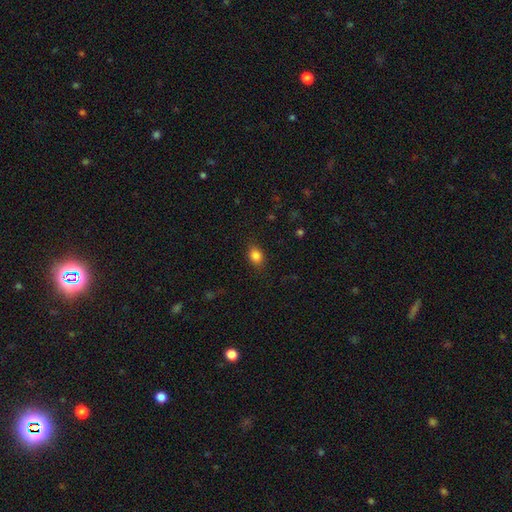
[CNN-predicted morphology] A smooth galaxy with no disk features (84%) that is in between round and cigar-shaped (62%). Merging: none (83%).